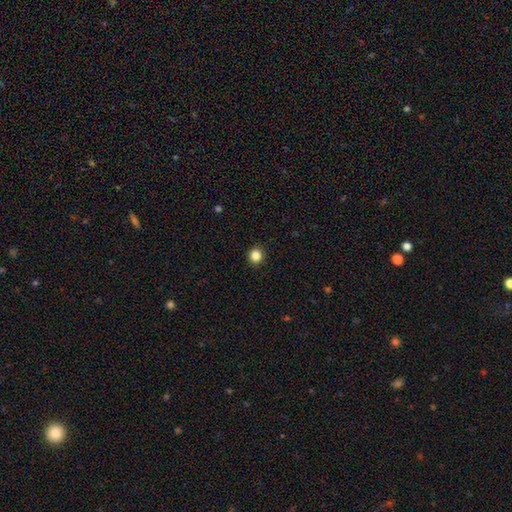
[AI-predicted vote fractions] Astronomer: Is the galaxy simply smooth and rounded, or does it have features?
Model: smooth — 85%.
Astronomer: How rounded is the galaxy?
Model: round — 89%.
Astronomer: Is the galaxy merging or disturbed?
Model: none — 92%.